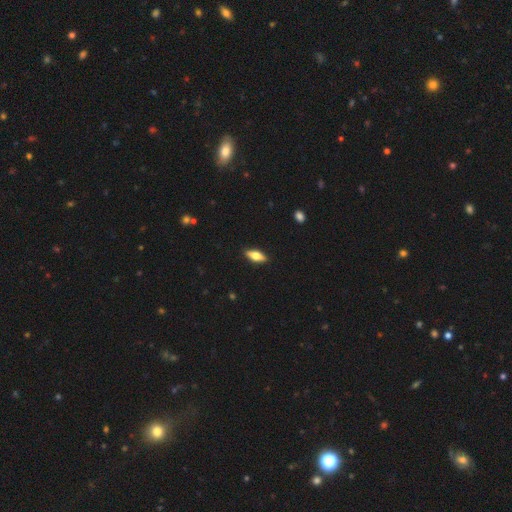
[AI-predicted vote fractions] Smooth or featured?
  - smooth: 57% *
  - featured or disk: 36%
  - star or artifact: 7%
How rounded?
  - in between: 70% *
  - cigar-shaped: 27%
  - round: 3%
Merging?
  - none: 89% *
  - minor disturbance: 8%
  - major disturbance: 2%
  - merger: 1%